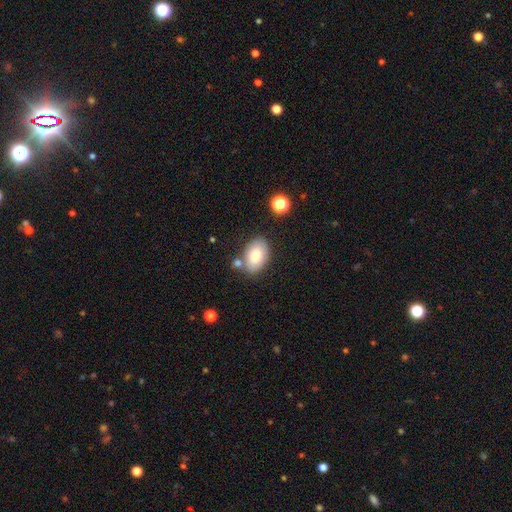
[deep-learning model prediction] Q: Smooth or featured?
A: smooth (79%); runner-up: featured or disk (13%)
Q: How rounded?
A: in between (90%); runner-up: round (8%)
Q: Merging?
A: none (73%); runner-up: minor disturbance (14%)